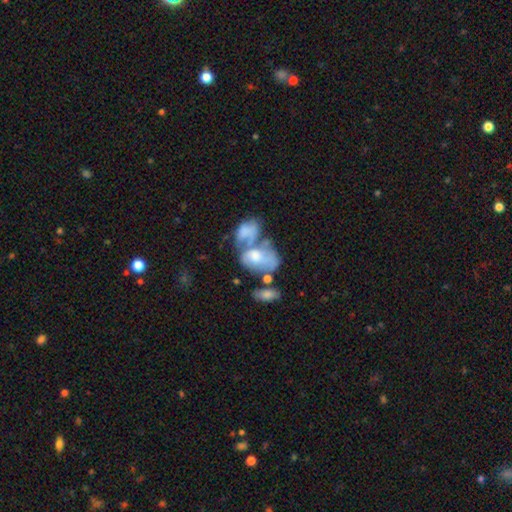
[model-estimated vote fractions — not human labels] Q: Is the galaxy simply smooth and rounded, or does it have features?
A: smooth — 47%.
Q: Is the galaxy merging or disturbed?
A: merger — 64%.